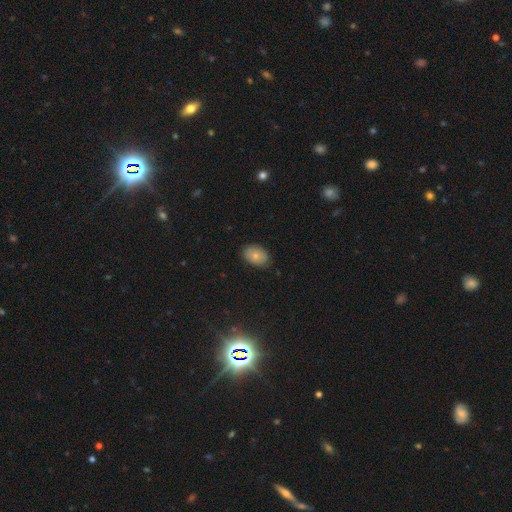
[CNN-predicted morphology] Q: Smooth or featured?
A: smooth (77%); runner-up: featured or disk (13%)
Q: How rounded?
A: in between (82%); runner-up: round (17%)
Q: Merging?
A: none (85%); runner-up: minor disturbance (12%)